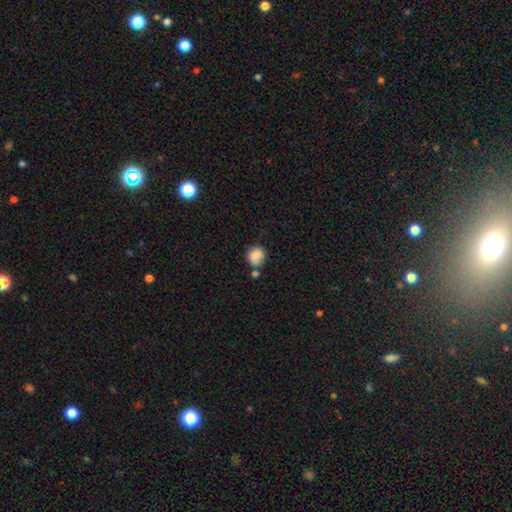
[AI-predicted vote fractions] Smooth or featured?
  - smooth: 81% *
  - featured or disk: 10%
  - star or artifact: 9%
How rounded?
  - round: 81% *
  - in between: 18%
  - cigar-shaped: 1%
Merging?
  - none: 54% *
  - minor disturbance: 20%
  - merger: 20%
  - major disturbance: 6%